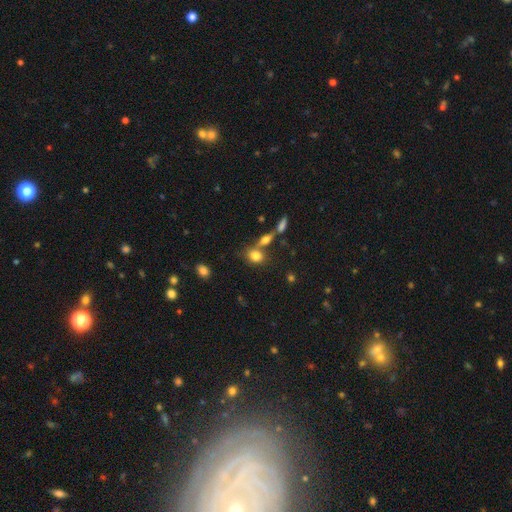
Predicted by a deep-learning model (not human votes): This is likely a smooth galaxy (80%). How rounded: likely in between (60%). Merging: possibly none (49%).